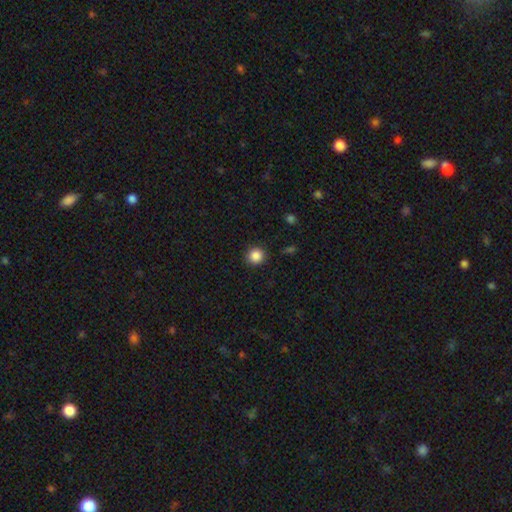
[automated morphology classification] smooth_or_featured: smooth (p=0.87) [alt: star or artifact p=0.10]
how_rounded: round (p=0.92) [alt: in between p=0.07]
merging: none (p=0.90) [alt: minor disturbance p=0.07]